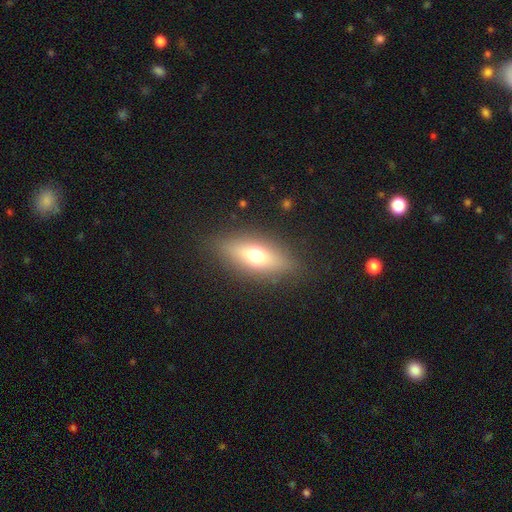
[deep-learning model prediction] Smooth or featured?
  - smooth: 58% *
  - featured or disk: 32%
  - star or artifact: 10%
How rounded?
  - in between: 67% *
  - cigar-shaped: 26%
  - round: 7%
Merging?
  - none: 85% *
  - minor disturbance: 10%
  - major disturbance: 4%
  - merger: 1%